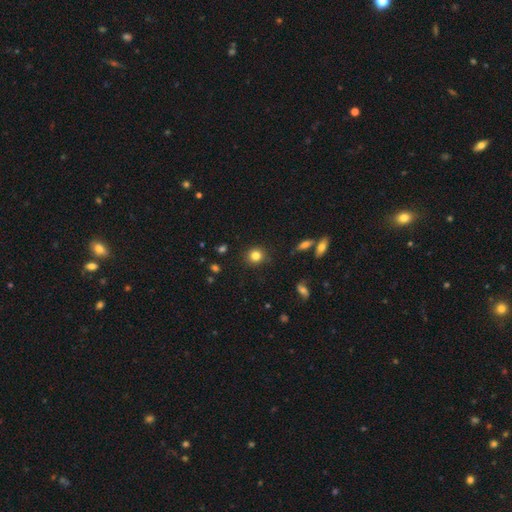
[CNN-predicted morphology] Smooth or featured?
  - smooth: 83% *
  - star or artifact: 11%
  - featured or disk: 6%
How rounded?
  - round: 89% *
  - in between: 10%
  - cigar-shaped: 1%
Merging?
  - none: 89% *
  - minor disturbance: 7%
  - major disturbance: 2%
  - merger: 2%